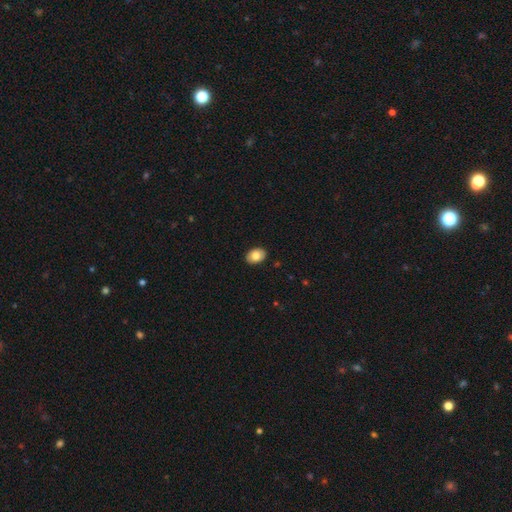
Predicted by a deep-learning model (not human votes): The model was most divided on "how rounded": in between: 82%, round: 17%, cigar-shaped: 1%. More confident: merging — none (90%); smooth or featured — smooth (80%).